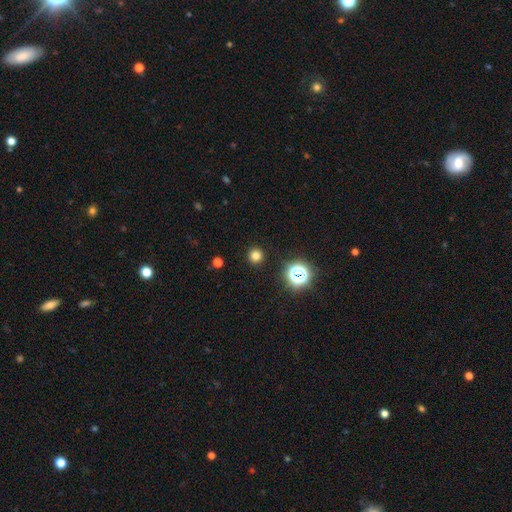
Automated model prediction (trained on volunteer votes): Smooth or featured: smooth — 77% (star or artifact — 19%)
How rounded: round — 95% (in between — 4%)
Merging: none — 92% (minor disturbance — 5%)